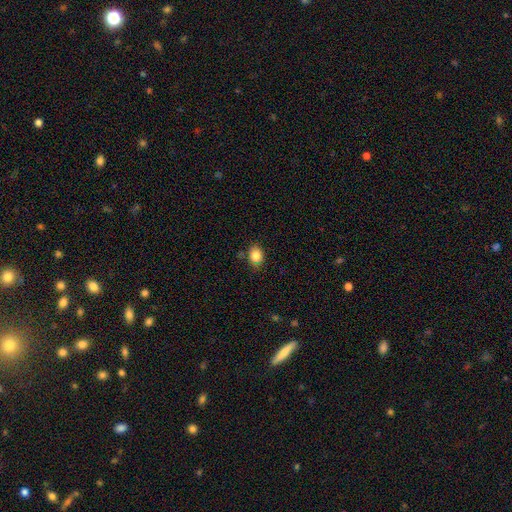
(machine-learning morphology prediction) Overall: smooth (86%). How rounded: in between (59%; round 40%). Merging: none (78%).